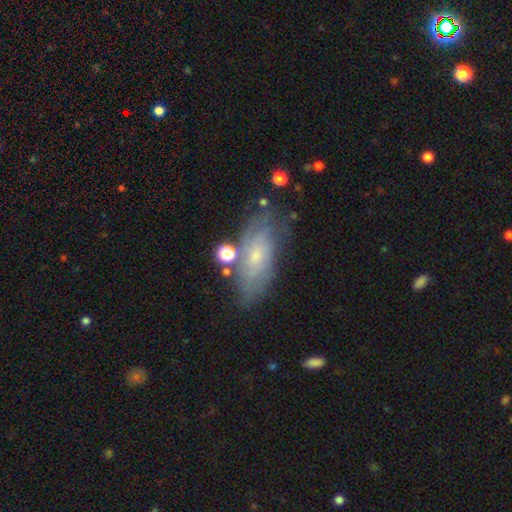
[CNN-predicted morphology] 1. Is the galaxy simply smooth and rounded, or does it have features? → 60% featured or disk, 32% smooth, 8% star or artifact.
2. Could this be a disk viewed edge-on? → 87% no, 13% yes.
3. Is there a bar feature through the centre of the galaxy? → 68% no, 27% weak, 4% strong.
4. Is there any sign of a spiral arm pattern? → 79% yes, 21% no.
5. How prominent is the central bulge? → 68% small, 23% moderate, 6% none, 2% large, 1% dominant.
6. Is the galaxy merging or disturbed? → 67% none, 20% minor disturbance, 7% major disturbance, 6% merger.